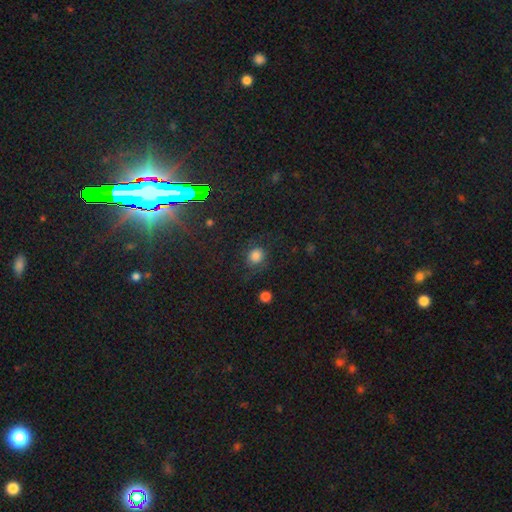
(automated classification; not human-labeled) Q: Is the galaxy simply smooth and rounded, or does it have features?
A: smooth — 74%.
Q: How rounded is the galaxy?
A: round — 76%.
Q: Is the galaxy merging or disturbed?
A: none — 70%.